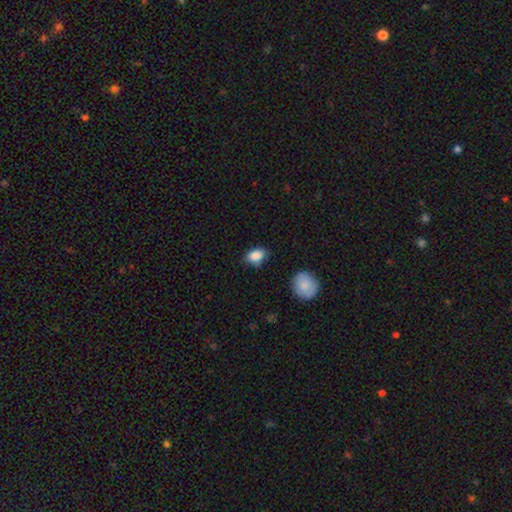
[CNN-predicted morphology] Smooth or featured? Predicted: smooth (p=0.87). How rounded? Predicted: in between (p=0.81). Merging? Predicted: none (p=0.71).